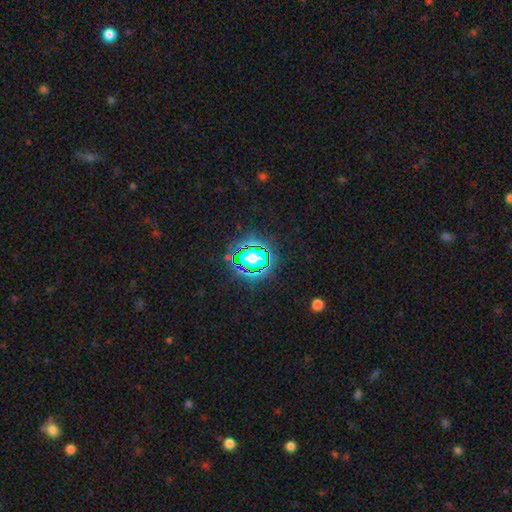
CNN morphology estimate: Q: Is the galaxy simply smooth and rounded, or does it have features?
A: star or artifact — 65%.